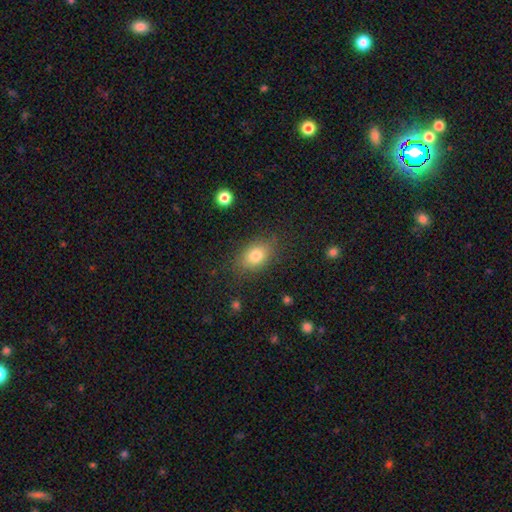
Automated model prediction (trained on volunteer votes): A smooth galaxy with no disk features (79%) that is in between round and cigar-shaped (79%).

Vote fractions:
- Smooth or featured? smooth: 79% / featured or disk: 11% / star or artifact: 10%
- How rounded? in between: 79% / round: 19% / cigar-shaped: 2%
- Merging? none: 80% / minor disturbance: 14% / major disturbance: 5% / merger: 2%